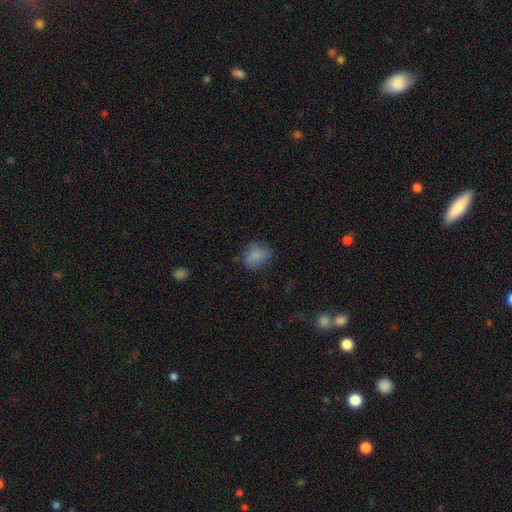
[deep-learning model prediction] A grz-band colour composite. It shows a smooth galaxy with no disk features (79%) that is round (57%). Merging: none (68%).